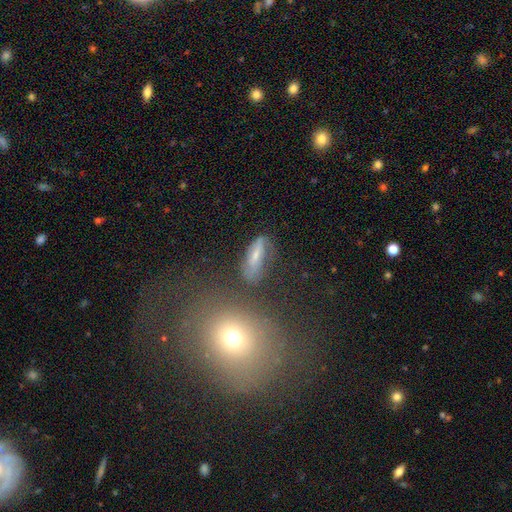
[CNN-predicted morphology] The model was most divided on "smooth or featured": smooth: 45%, featured or disk: 41%, star or artifact: 15%. More confident: merging — none (58%).